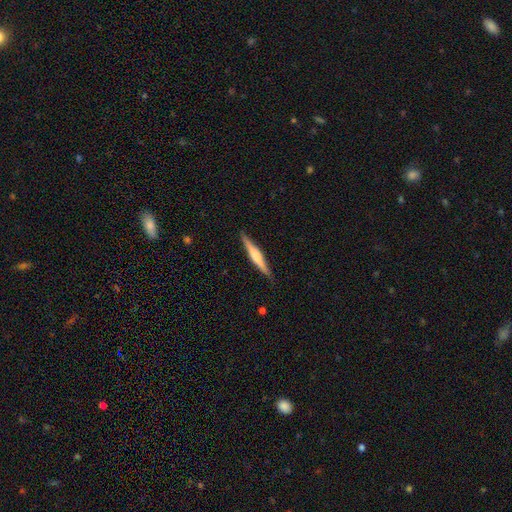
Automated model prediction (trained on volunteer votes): This is likely a featured or disk galaxy (62%). It is clearly viewed edge-on (97%). Edge-on bulge: likely rounded (74%). Merging: clearly none (89%).